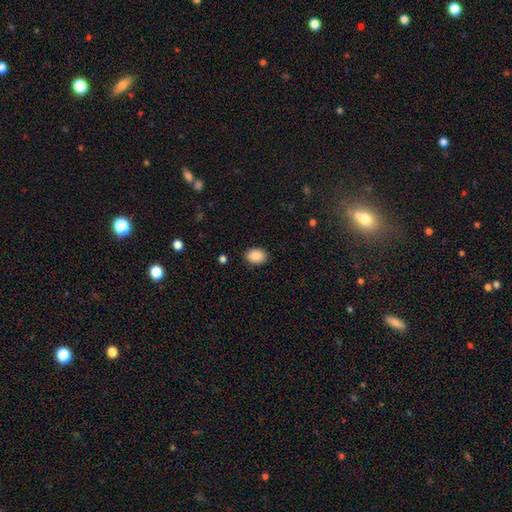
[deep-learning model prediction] Morphology: type=smooth (90%); roundness=in between (74%); merging=none (89%).